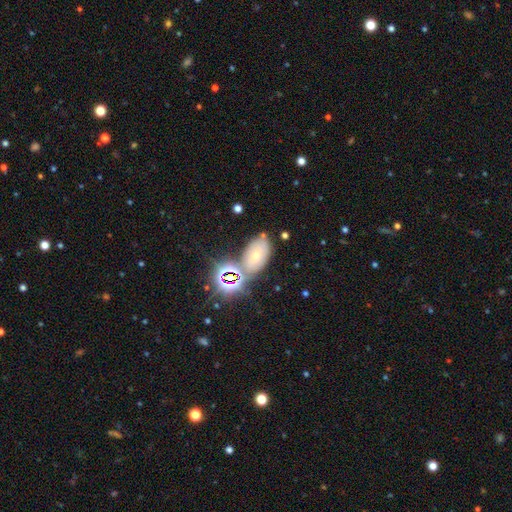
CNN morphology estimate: Q: Smooth or featured?
A: smooth (47%); runner-up: star or artifact (30%)
Q: Merging?
A: none (65%); runner-up: minor disturbance (16%)